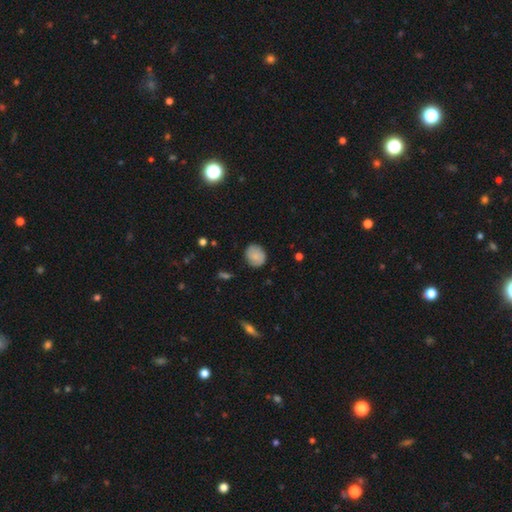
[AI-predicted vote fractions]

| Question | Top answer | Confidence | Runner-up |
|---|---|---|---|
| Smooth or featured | smooth | 75% | featured or disk (17%) |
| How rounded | round | 70% | in between (29%) |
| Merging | none | 80% | minor disturbance (16%) |